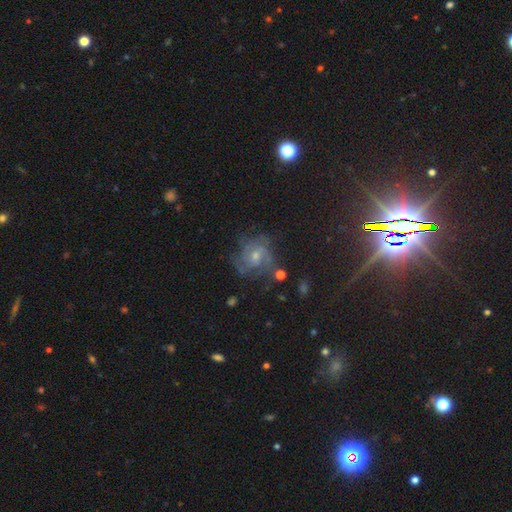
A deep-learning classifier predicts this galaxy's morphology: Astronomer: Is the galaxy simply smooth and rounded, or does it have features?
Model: featured or disk — 61%.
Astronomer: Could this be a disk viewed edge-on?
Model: no — 97%.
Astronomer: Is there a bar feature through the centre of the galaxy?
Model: no — 59%.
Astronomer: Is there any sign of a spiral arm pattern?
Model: yes — 90%.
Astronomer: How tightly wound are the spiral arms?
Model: medium — 45% (runner-up: tight, 41%).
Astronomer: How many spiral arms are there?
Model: can't tell — 33% (runner-up: 3, 25%).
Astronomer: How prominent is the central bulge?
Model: small — 50% (runner-up: moderate, 43%).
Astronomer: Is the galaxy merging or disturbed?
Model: none — 67%.